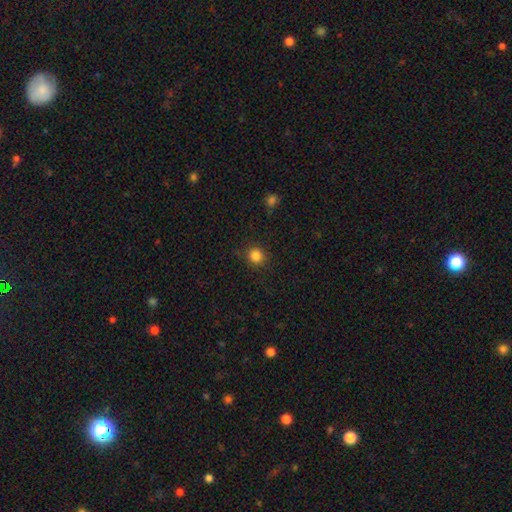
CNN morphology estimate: Smooth or featured?
  - smooth: 84% *
  - star or artifact: 12%
  - featured or disk: 4%
How rounded?
  - round: 91% *
  - in between: 8%
  - cigar-shaped: 1%
Merging?
  - none: 88% *
  - minor disturbance: 8%
  - major disturbance: 3%
  - merger: 1%